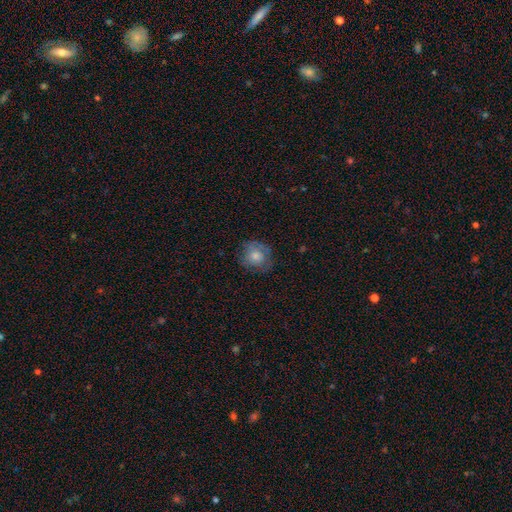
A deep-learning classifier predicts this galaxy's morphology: Q: Smooth or featured?
A: smooth (70%); runner-up: featured or disk (22%)
Q: How rounded?
A: round (83%); runner-up: in between (16%)
Q: Merging?
A: none (73%); runner-up: minor disturbance (19%)